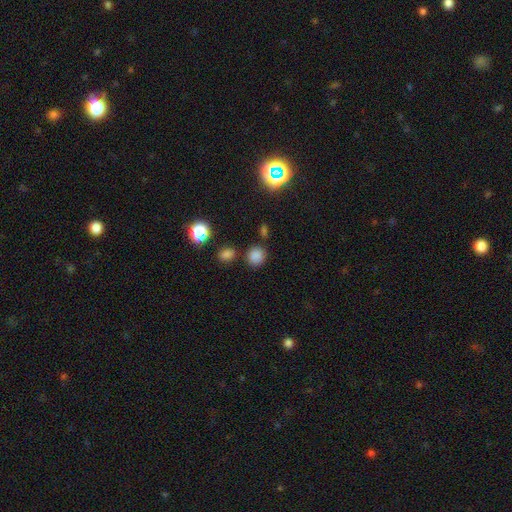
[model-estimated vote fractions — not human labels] smooth-or-featured: smooth: 79% | star or artifact: 17% | featured or disk: 4%
  how-rounded: round: 85% | in between: 14% | cigar-shaped: 1%
  merging: none: 80% | minor disturbance: 10% | merger: 7% | major disturbance: 3%